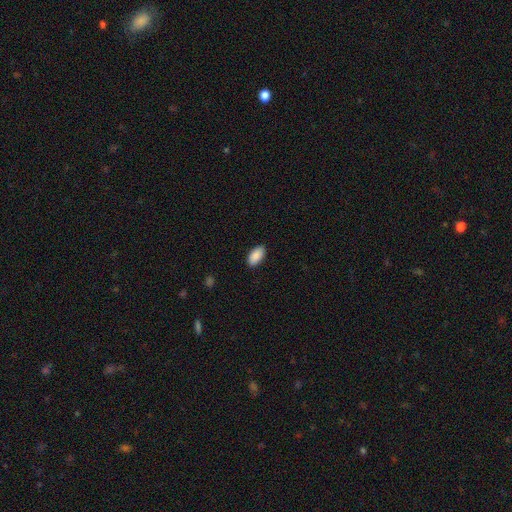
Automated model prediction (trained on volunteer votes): A smooth galaxy with no disk features (90%) that is in between round and cigar-shaped (95%). Merging: none (89%).